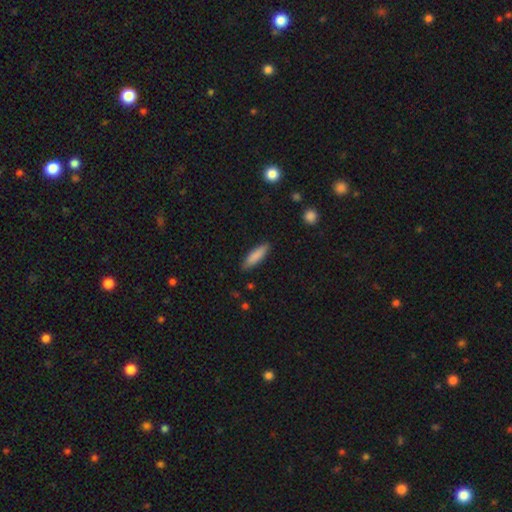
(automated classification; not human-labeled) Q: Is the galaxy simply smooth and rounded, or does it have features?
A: smooth — 85%.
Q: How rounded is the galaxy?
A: cigar-shaped — 65%.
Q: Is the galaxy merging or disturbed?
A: none — 86%.